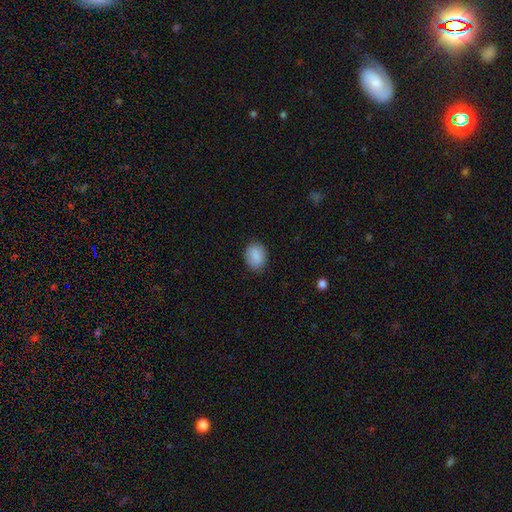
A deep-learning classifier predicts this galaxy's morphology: smooth_or_featured: smooth (p=0.87) [alt: star or artifact p=0.07]
how_rounded: in between (p=0.61) [alt: round p=0.38]
merging: none (p=0.84) [alt: minor disturbance p=0.12]